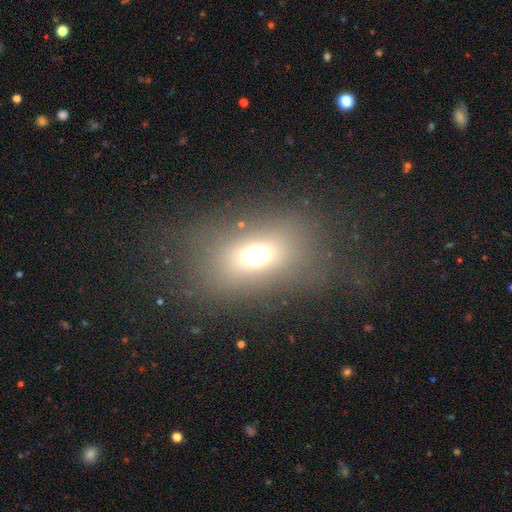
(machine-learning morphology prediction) smooth-or-featured: smooth: 64% | star or artifact: 21% | featured or disk: 16%
  how-rounded: in between: 72% | round: 25% | cigar-shaped: 3%
  merging: none: 74% | minor disturbance: 12% | major disturbance: 11% | merger: 3%